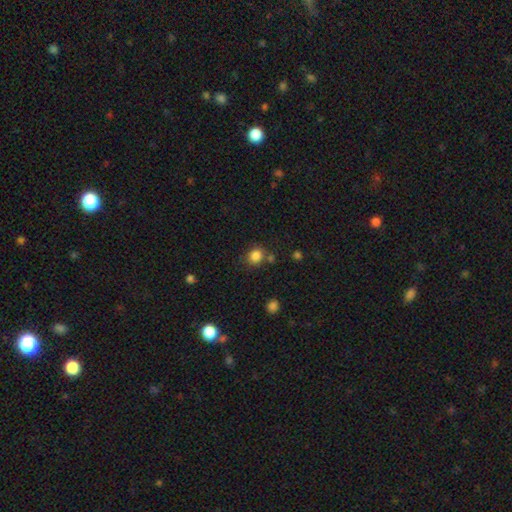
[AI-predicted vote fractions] smooth-or-featured: smooth: 84% | star or artifact: 12% | featured or disk: 5%
  how-rounded: round: 80% | in between: 19% | cigar-shaped: 1%
  merging: none: 72% | minor disturbance: 13% | merger: 11% | major disturbance: 4%